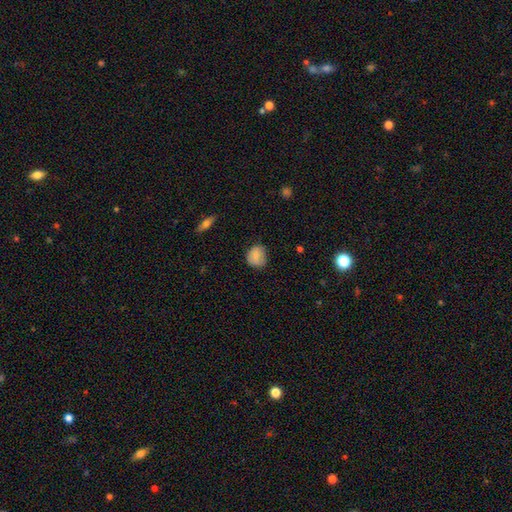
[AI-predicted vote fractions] Overall: smooth (80%). How rounded: round (73%). Merging: none (70%).